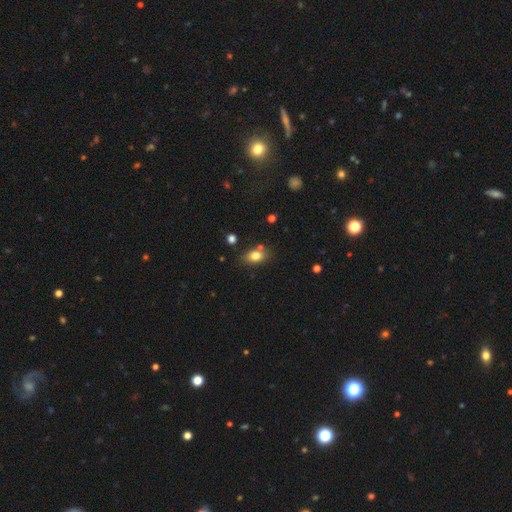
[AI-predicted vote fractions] Smooth or featured? smooth (79%)
How rounded? in between (81%)
Merging? none (73%)